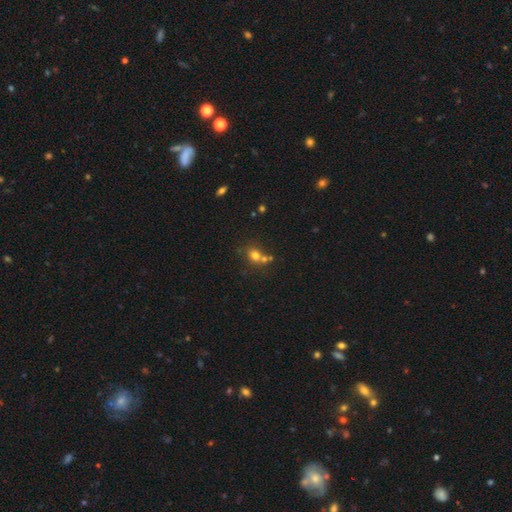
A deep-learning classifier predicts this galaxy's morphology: smooth 71%, star or artifact 17%, featured or disk 12%. Down the decision tree: how rounded — round (69%); merging — none (49%).